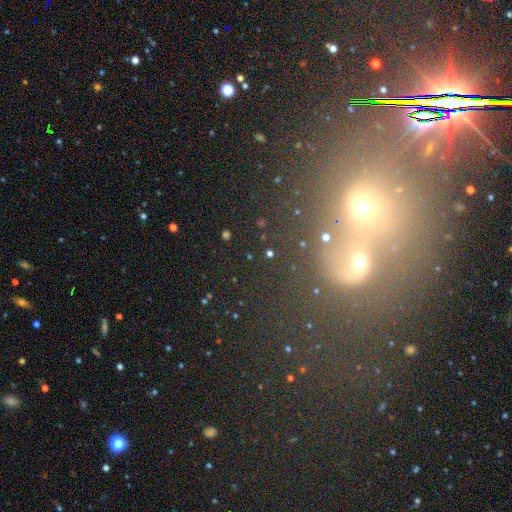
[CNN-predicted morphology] type=star or artifact (51%).